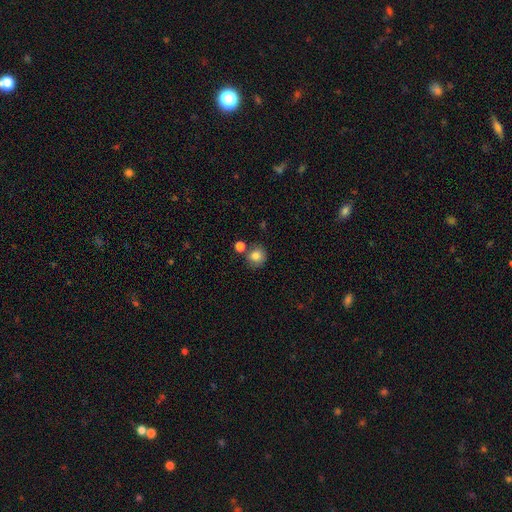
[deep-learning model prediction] A smooth galaxy with no disk features (83%) that is round (87%).

Vote fractions:
- Smooth or featured? smooth: 83% / star or artifact: 10% / featured or disk: 6%
- How rounded? round: 87% / in between: 12% / cigar-shaped: 1%
- Merging? none: 71% / merger: 14% / minor disturbance: 11% / major disturbance: 3%